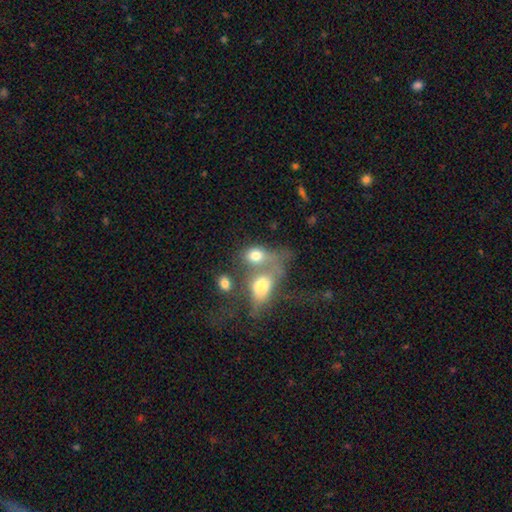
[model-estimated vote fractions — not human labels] Smooth or featured?
  - smooth: 70% *
  - featured or disk: 17%
  - star or artifact: 13%
How rounded?
  - in between: 62% *
  - round: 36%
  - cigar-shaped: 2%
Merging?
  - merger: 59% *
  - none: 19%
  - major disturbance: 14%
  - minor disturbance: 9%